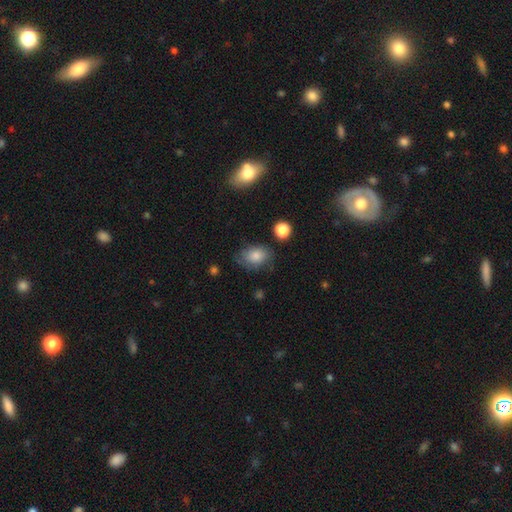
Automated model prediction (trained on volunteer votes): Smooth or featured? Predicted: smooth (p=0.78). How rounded? Predicted: in between (p=0.74). Merging? Predicted: none (p=0.68).